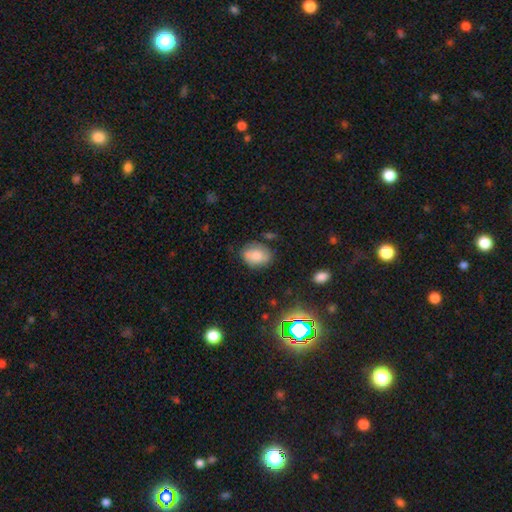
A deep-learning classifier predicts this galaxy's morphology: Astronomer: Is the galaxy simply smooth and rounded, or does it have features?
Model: smooth — 76%.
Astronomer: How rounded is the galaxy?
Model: in between — 75%.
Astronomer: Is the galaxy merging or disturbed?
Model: none — 72%.